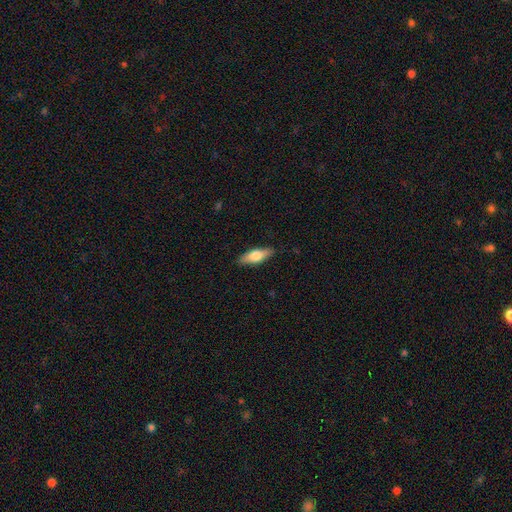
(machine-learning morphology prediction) This appears to be a smooth galaxy with no disk features (63%) that is in between round and cigar-shaped (59%). Merging: none (87%).